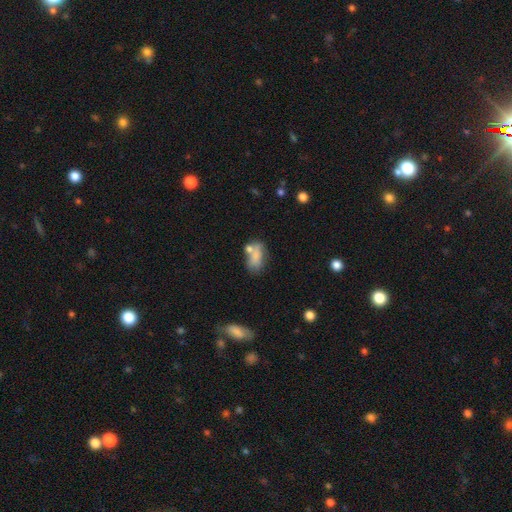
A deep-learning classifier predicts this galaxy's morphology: This appears to be a smooth galaxy with no disk features (73%) that is in between round and cigar-shaped (86%). Merging: none (42%).